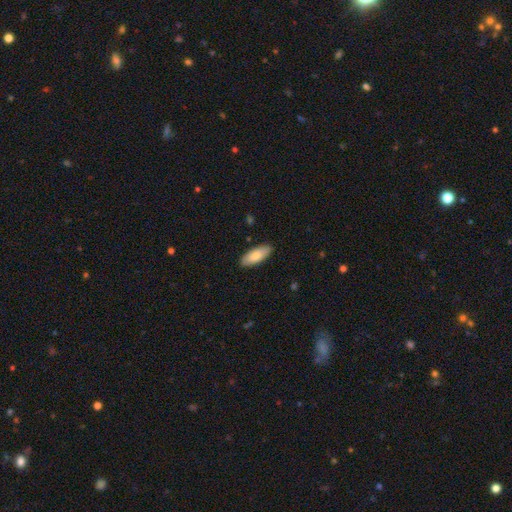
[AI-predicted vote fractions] This is clearly a smooth galaxy (80%). How rounded: likely in between (76%). Merging: clearly none (89%).